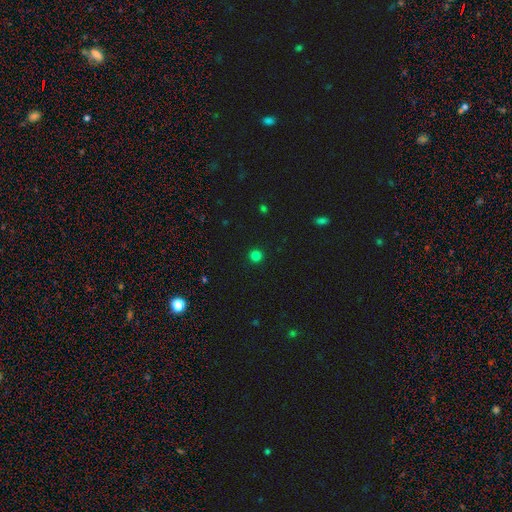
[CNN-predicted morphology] Smooth or featured: smooth — 81% (star or artifact — 15%)
How rounded: round — 96% (in between — 3%)
Merging: none — 93% (minor disturbance — 4%)